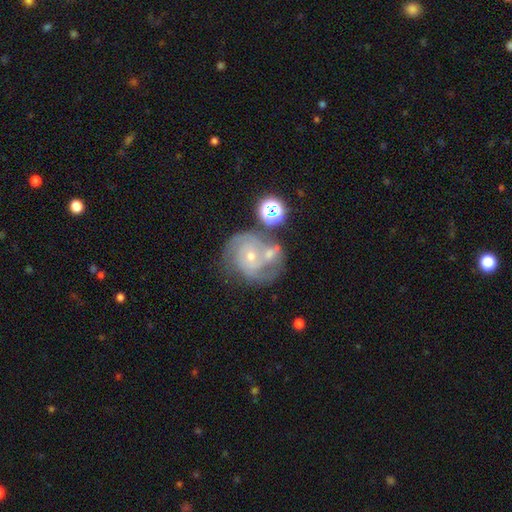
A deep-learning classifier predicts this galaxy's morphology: smooth-or-featured: featured or disk: 73% | star or artifact: 13% | smooth: 13%
  disk-edge-on: no: 97% | yes: 3%
    bar: no: 56% | weak: 34% | strong: 10%
    has-spiral-arms: yes: 91% | no: 9%
      spiral-winding: tight: 57% | medium: 34% | loose: 9%
      spiral-arm-count: 2: 30% | can't tell: 28% | 3: 22% | 4: 8% | 1: 6% | more than 4: 6%
    bulge-size: small: 71% | moderate: 25% | none: 2% | large: 1% | dominant: 1%
  merging: none: 60% | merger: 19% | minor disturbance: 14% | major disturbance: 7%